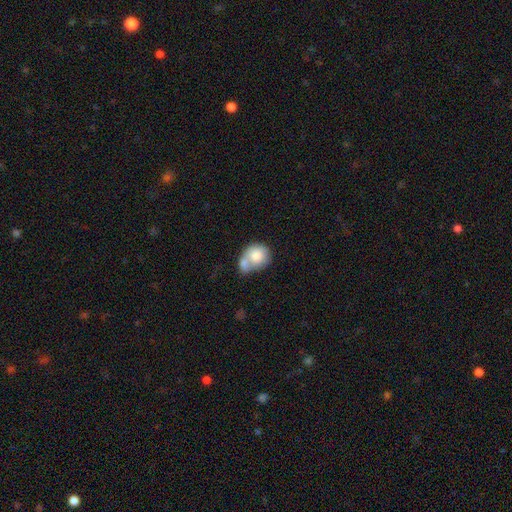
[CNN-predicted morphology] smooth-or-featured: smooth: 76% | featured or disk: 17% | star or artifact: 7%
  how-rounded: round: 67% | in between: 32% | cigar-shaped: 1%
  merging: merger: 60% | none: 22% | minor disturbance: 11% | major disturbance: 7%